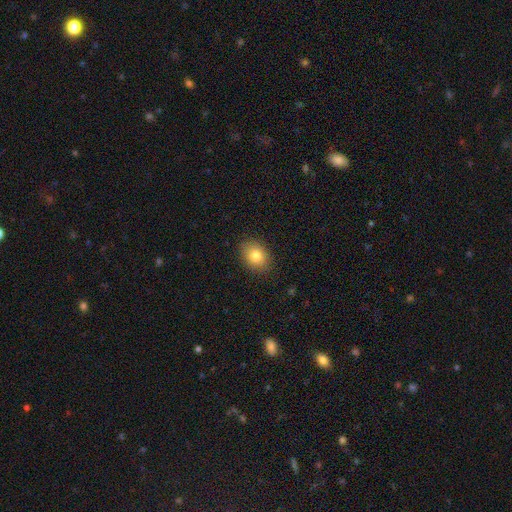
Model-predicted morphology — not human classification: The model was most divided on "how rounded": in between: 67%, round: 32%, cigar-shaped: 1%. More confident: merging — none (86%); smooth or featured — smooth (82%).